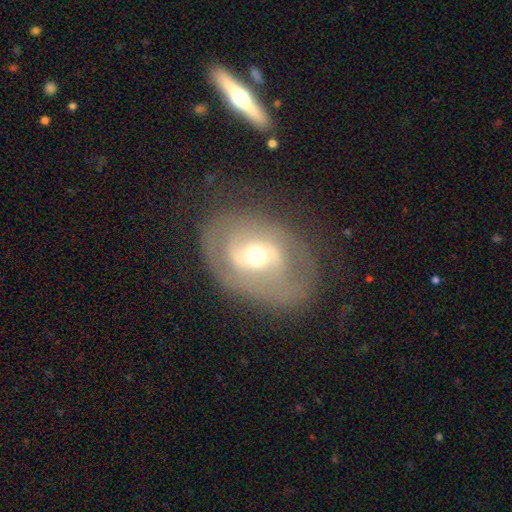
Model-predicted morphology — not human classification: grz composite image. It shows a featured or disk galaxy (73%) with no bar (43%), 2 (63%) tight (43%) spiral arms (74%) and a moderate central bulge (64%). Merging: none (69%).